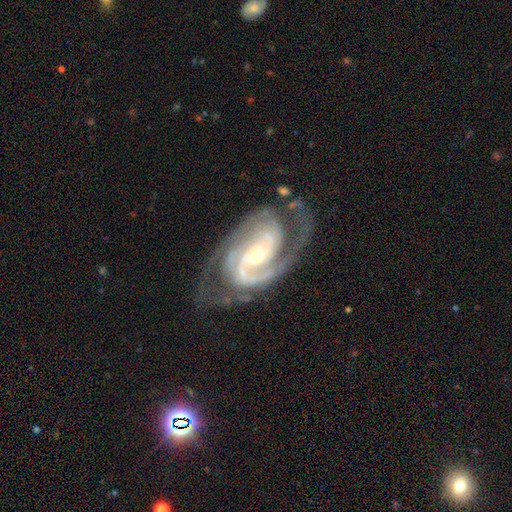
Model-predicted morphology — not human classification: This appears to be a featured or disk galaxy (92%) with no bar (49%), 2 (56%) tight (50%) spiral arms (98%) and a small central bulge (72%). Merging: none (62%).